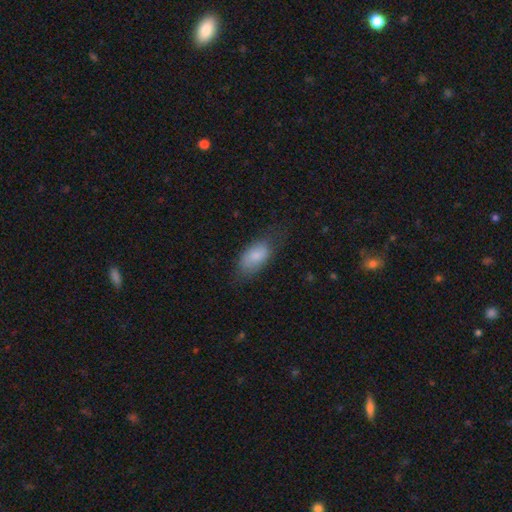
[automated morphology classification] Smooth or featured: smooth — 80% (featured or disk — 14%)
How rounded: in between — 92% (round — 4%)
Merging: none — 60% (minor disturbance — 27%)